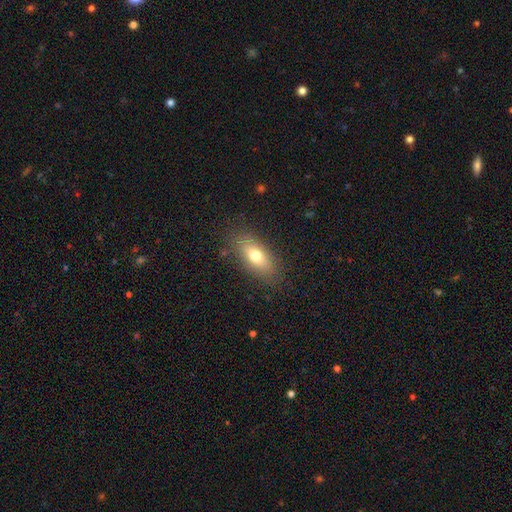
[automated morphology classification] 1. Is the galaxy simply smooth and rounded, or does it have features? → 71% smooth, 20% featured or disk, 9% star or artifact.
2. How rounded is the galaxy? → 80% in between, 14% cigar-shaped, 6% round.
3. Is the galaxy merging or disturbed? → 83% none, 12% minor disturbance, 4% major disturbance, 1% merger.